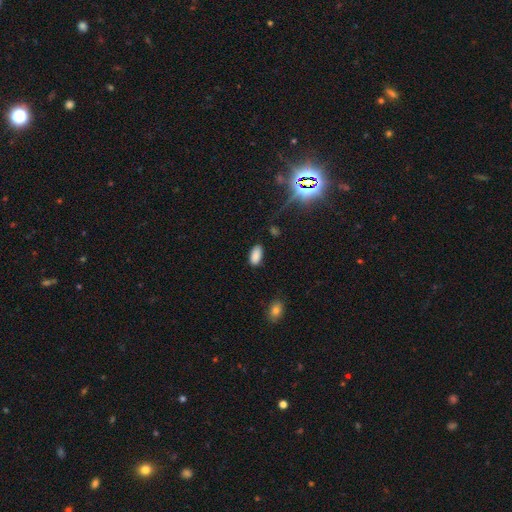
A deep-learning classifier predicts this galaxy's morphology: Smooth or featured? Predicted: smooth (p=0.84). How rounded? Predicted: in between (p=0.94). Merging? Predicted: none (p=0.84).